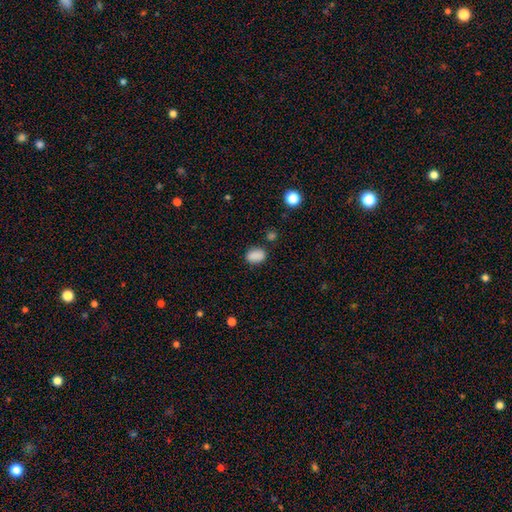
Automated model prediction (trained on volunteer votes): Morphology: type=smooth (86%); roundness=in between (80%); merging=none (78%).